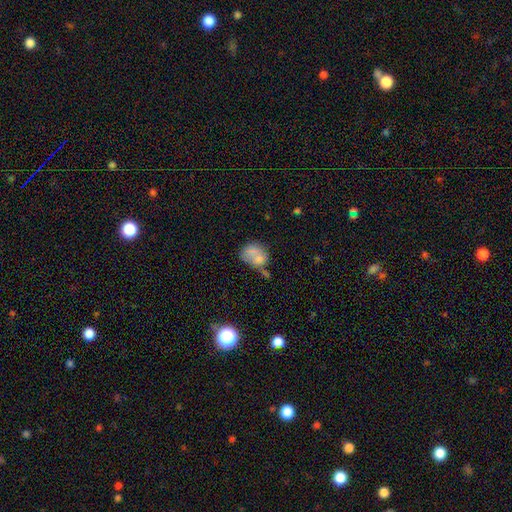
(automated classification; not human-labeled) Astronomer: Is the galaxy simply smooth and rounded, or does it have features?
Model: smooth — 67%.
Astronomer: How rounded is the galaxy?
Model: in between — 51% (runner-up: round, 48%).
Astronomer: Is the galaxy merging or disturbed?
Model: merger — 35% (runner-up: none, 32%).